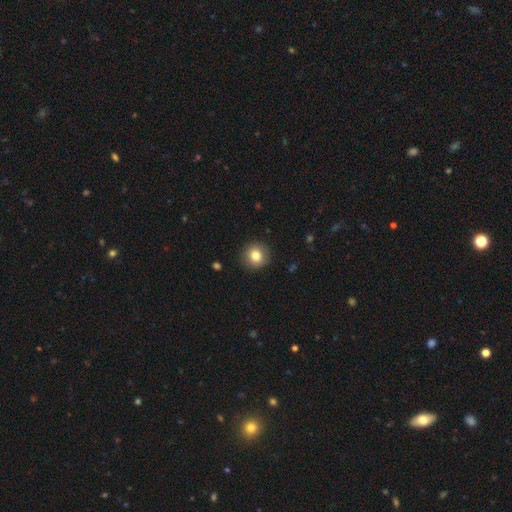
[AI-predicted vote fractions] smooth_or_featured: smooth (p=0.82) [alt: star or artifact p=0.10]
how_rounded: round (p=0.91) [alt: in between p=0.08]
merging: none (p=0.91) [alt: minor disturbance p=0.06]